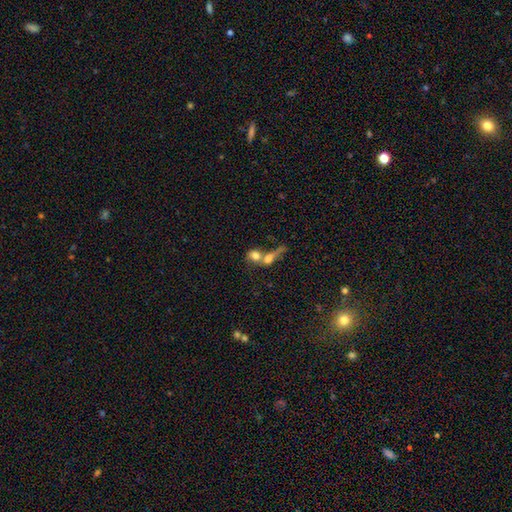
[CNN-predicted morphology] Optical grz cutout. It shows a smooth galaxy with no disk features (70%) that is round (55%). Merging: merger (70%).